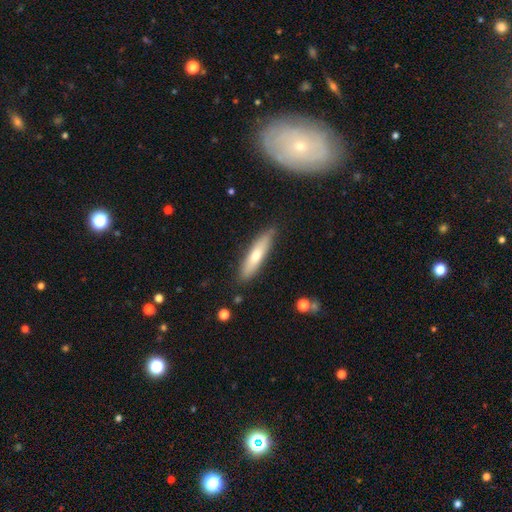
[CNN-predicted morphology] This is likely a smooth galaxy (61%). How rounded: likely cigar-shaped (76%). Merging: clearly none (84%).